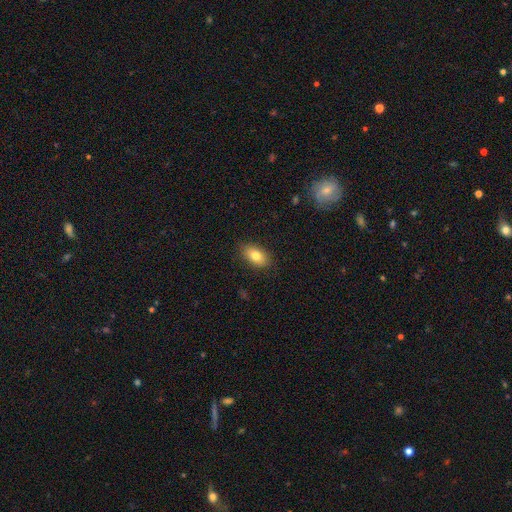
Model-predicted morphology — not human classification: smooth-or-featured: smooth: 80% | featured or disk: 12% | star or artifact: 8%
  how-rounded: in between: 90% | round: 7% | cigar-shaped: 4%
  merging: none: 86% | minor disturbance: 11% | major disturbance: 2% | merger: 1%